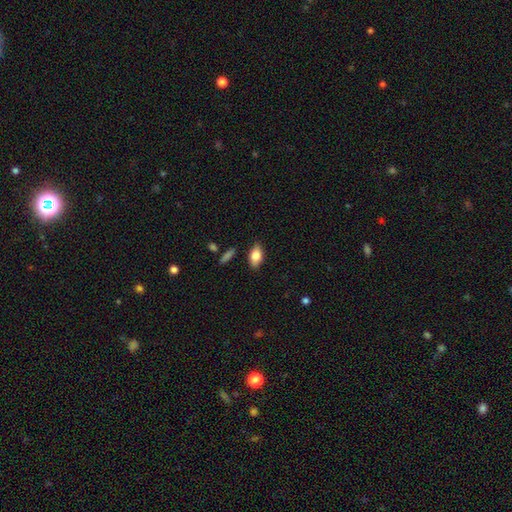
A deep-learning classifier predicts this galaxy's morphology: Smooth or featured? smooth (81%)
How rounded? in between (89%)
Merging? none (85%)